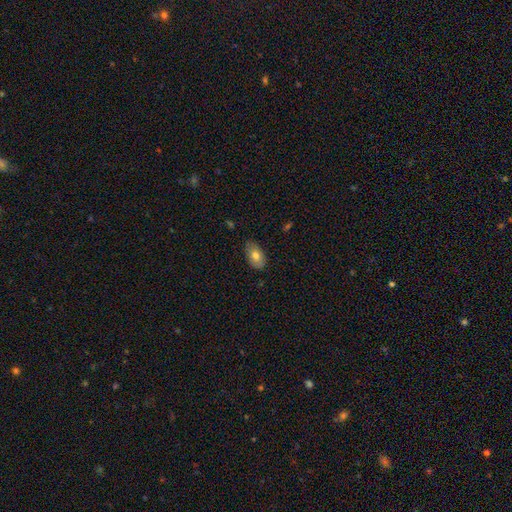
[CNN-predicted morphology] This appears to be a smooth galaxy with no disk features (74%) that is in between round and cigar-shaped (91%). Merging: none (78%).